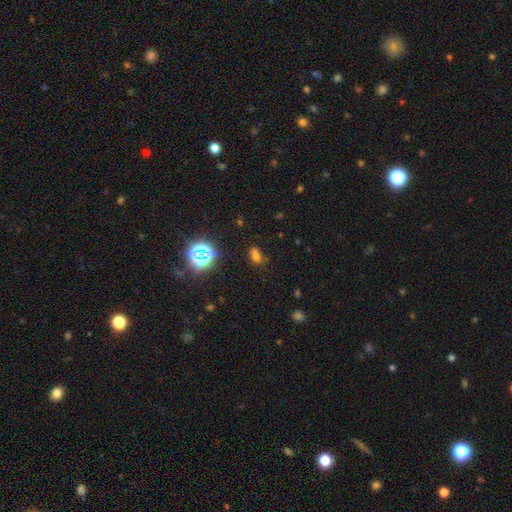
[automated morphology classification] The model was most divided on "smooth or featured": smooth: 59%, star or artifact: 31%, featured or disk: 9%. More confident: how rounded — in between (75%); merging — none (58%).